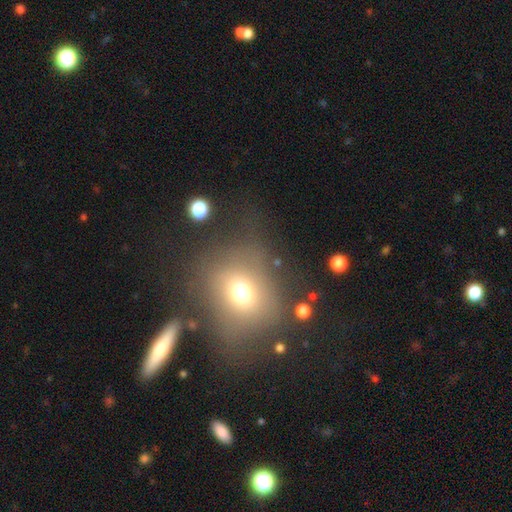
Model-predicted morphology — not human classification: The model was most divided on "how rounded": round: 66%, in between: 32%, cigar-shaped: 2%. More confident: merging — none (67%); smooth or featured — smooth (60%).